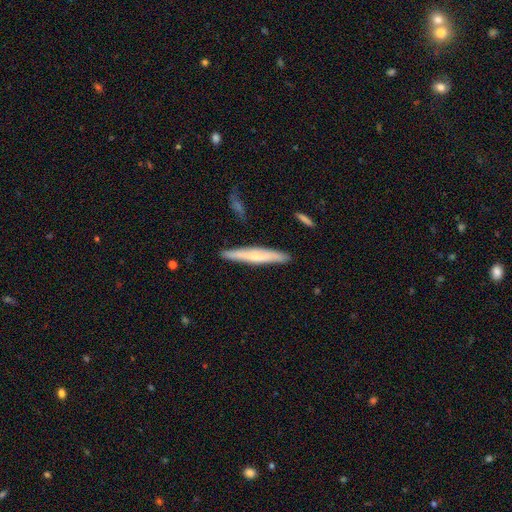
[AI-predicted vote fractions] A smooth galaxy with no disk features (53%) that is cigar-shaped (94%). Merging: none (88%).